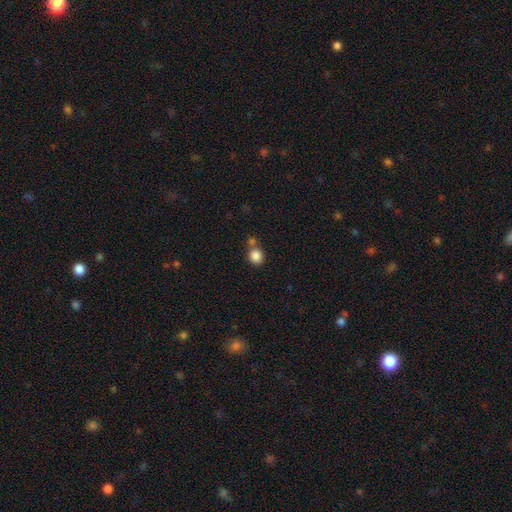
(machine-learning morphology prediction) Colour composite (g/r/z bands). It shows a smooth galaxy with no disk features (86%) that is round (76%). Merging: none (62%).